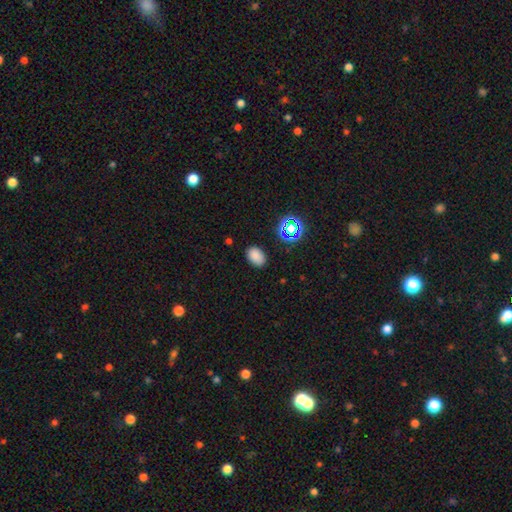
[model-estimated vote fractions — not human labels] Overall: smooth (81%). How rounded: in between (83%). Merging: none (85%).